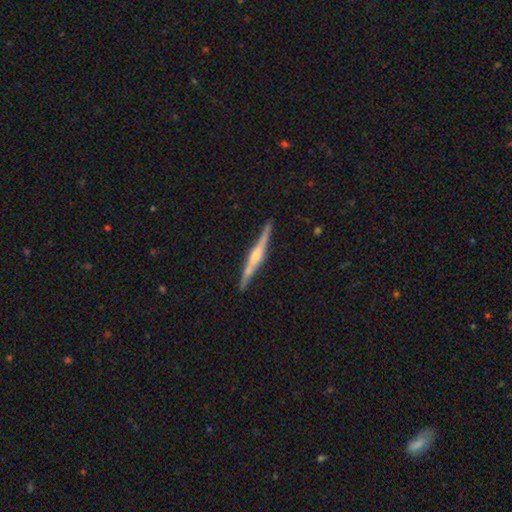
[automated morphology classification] Smooth or featured? featured or disk (78%)
Edge-on disk? yes (98%)
Edge-on bulge? rounded (75%)
Merging? none (88%)